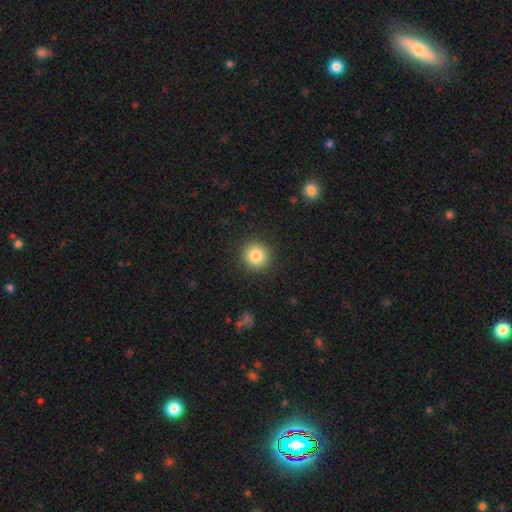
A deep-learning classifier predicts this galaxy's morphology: Q: Smooth or featured?
A: smooth (84%); runner-up: star or artifact (10%)
Q: How rounded?
A: round (94%); runner-up: in between (5%)
Q: Merging?
A: none (91%); runner-up: minor disturbance (6%)